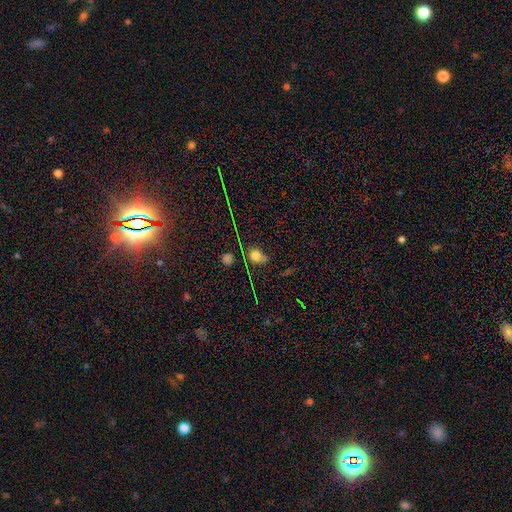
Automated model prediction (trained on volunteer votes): Overall: smooth (66%). How rounded: round (71%). Merging: none (62%).